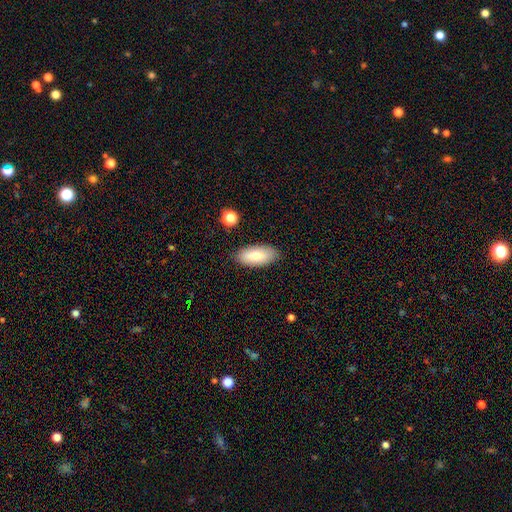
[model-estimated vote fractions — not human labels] A smooth galaxy with no disk features (80%) that is in between round and cigar-shaped (90%). Merging: none (86%).